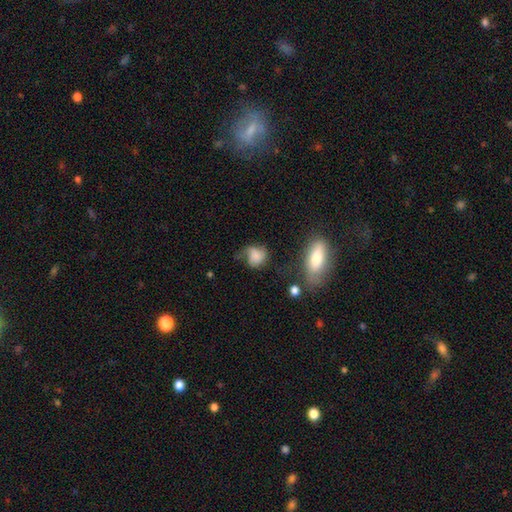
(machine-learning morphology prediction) Smooth or featured? Predicted: smooth (p=0.67). How rounded? Predicted: round (p=0.52). Merging? Predicted: none (p=0.36).